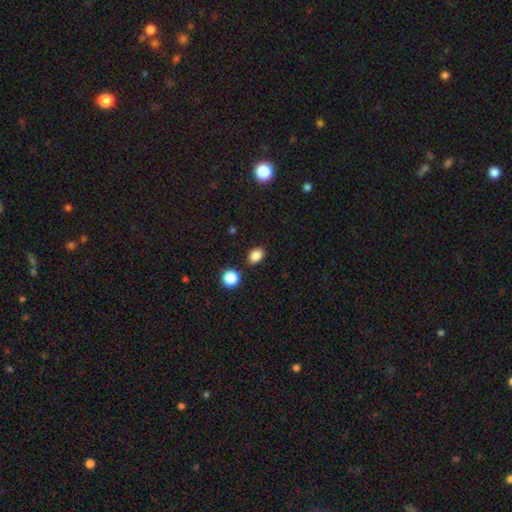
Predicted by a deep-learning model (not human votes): smooth-or-featured: smooth: 85% | star or artifact: 11% | featured or disk: 4%
  how-rounded: in between: 72% | round: 27% | cigar-shaped: 1%
  merging: none: 84% | minor disturbance: 9% | merger: 4% | major disturbance: 2%